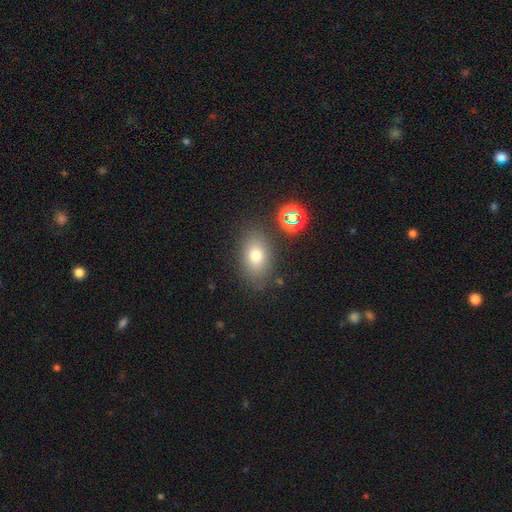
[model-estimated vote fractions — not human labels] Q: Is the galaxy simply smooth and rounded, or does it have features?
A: smooth — 75%.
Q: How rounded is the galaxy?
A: in between — 80%.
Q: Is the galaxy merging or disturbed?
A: none — 80%.